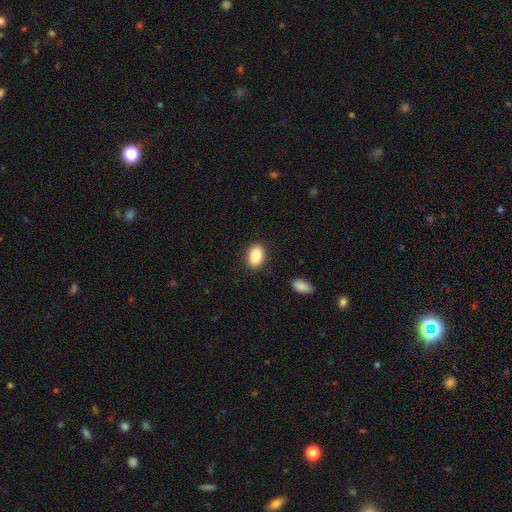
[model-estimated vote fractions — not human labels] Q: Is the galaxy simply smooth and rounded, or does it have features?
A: smooth — 88%.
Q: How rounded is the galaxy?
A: in between — 86%.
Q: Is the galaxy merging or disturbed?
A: none — 85%.